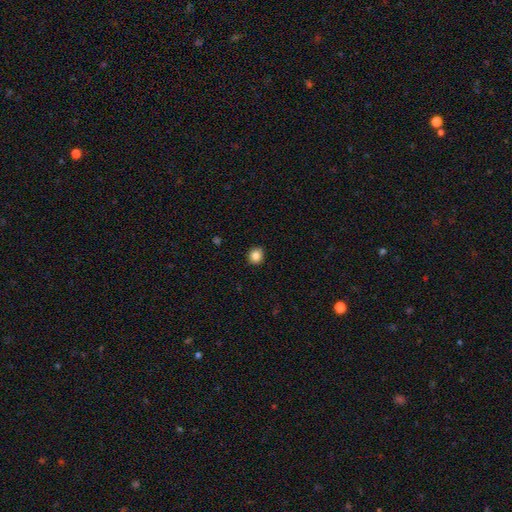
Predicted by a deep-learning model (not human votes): Smooth or featured? Predicted: smooth (p=0.84). How rounded? Predicted: round (p=0.87). Merging? Predicted: none (p=0.91).